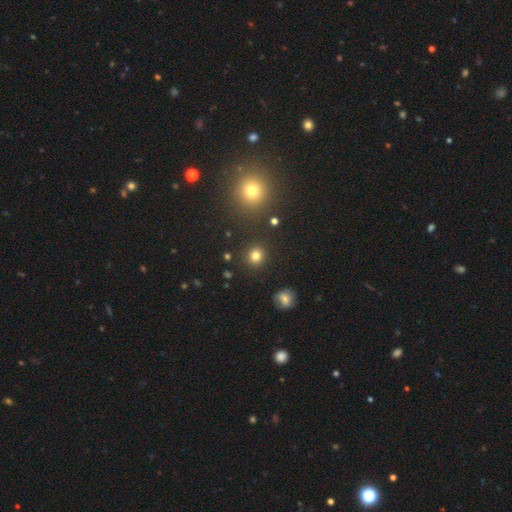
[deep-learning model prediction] smooth 80%, star or artifact 15%, featured or disk 6%. Down the decision tree: how rounded — round (89%); merging — none (90%).